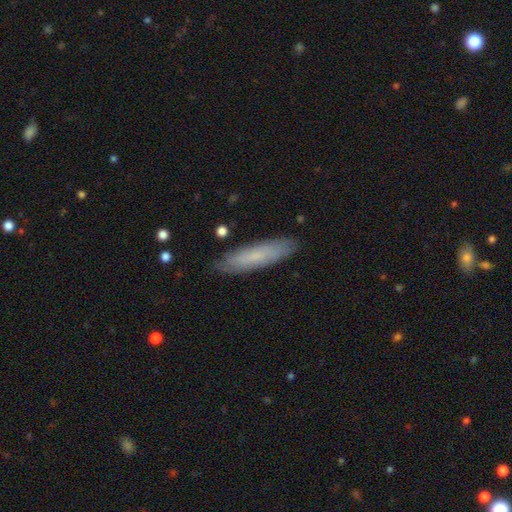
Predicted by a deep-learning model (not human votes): Smooth or featured?
  - smooth: 60% *
  - featured or disk: 33%
  - star or artifact: 7%
How rounded?
  - cigar-shaped: 75% *
  - in between: 24%
  - round: 1%
Merging?
  - none: 85% *
  - minor disturbance: 11%
  - major disturbance: 2%
  - merger: 1%